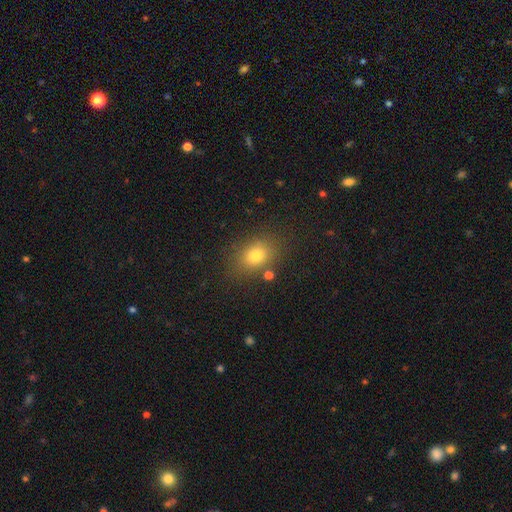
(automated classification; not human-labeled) Smooth or featured?
  - smooth: 76% *
  - star or artifact: 14%
  - featured or disk: 10%
How rounded?
  - in between: 60% *
  - round: 39%
  - cigar-shaped: 1%
Merging?
  - none: 80% *
  - minor disturbance: 11%
  - merger: 4%
  - major disturbance: 4%